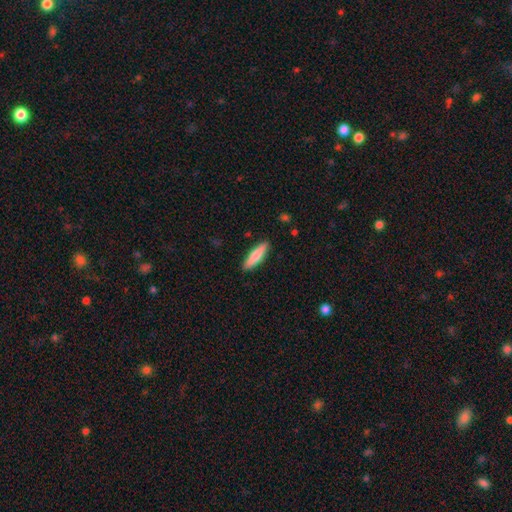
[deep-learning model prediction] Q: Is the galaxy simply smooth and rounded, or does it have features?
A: smooth — 77%.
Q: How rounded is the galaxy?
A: cigar-shaped — 74%.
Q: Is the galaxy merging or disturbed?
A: none — 89%.